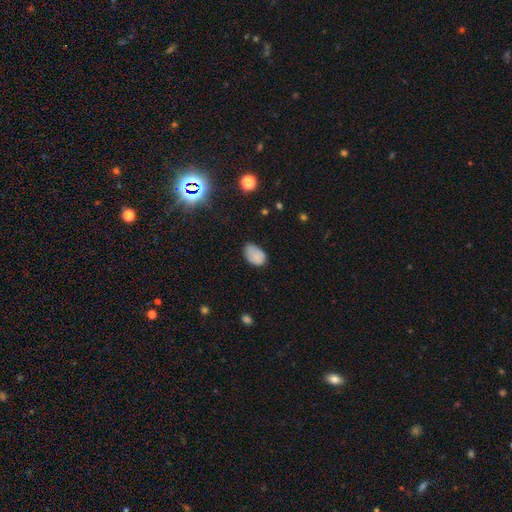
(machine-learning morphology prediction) Smooth or featured?
  - smooth: 80% *
  - star or artifact: 11%
  - featured or disk: 9%
How rounded?
  - in between: 88% *
  - round: 10%
  - cigar-shaped: 1%
Merging?
  - none: 62% *
  - minor disturbance: 29%
  - major disturbance: 7%
  - merger: 2%